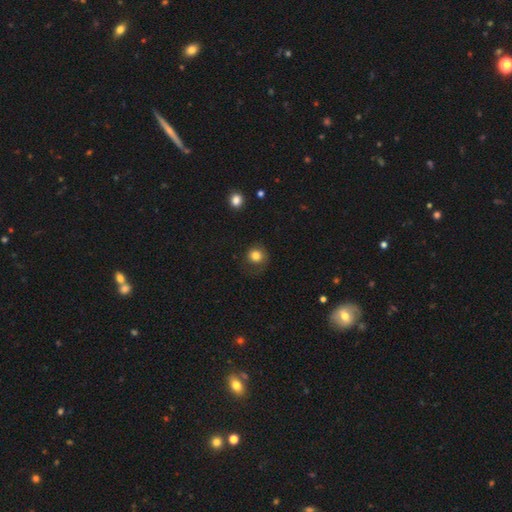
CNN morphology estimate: Smooth or featured? Predicted: smooth (p=0.81). How rounded? Predicted: round (p=0.88). Merging? Predicted: none (p=0.64).